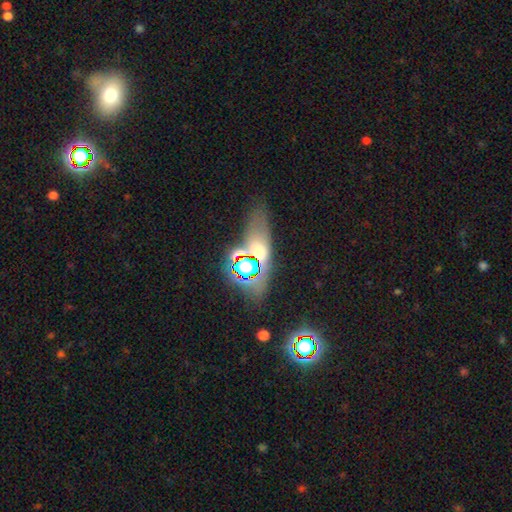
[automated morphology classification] Overall: smooth (45%; star or artifact 34%). Merging: none (68%).